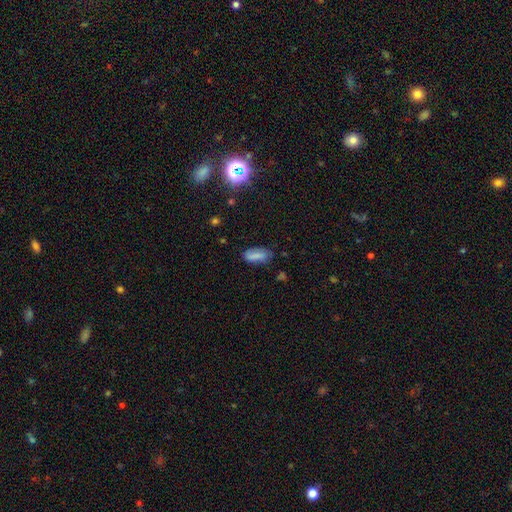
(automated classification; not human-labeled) Smooth or featured? smooth (77%)
How rounded? in between (78%)
Merging? none (67%)